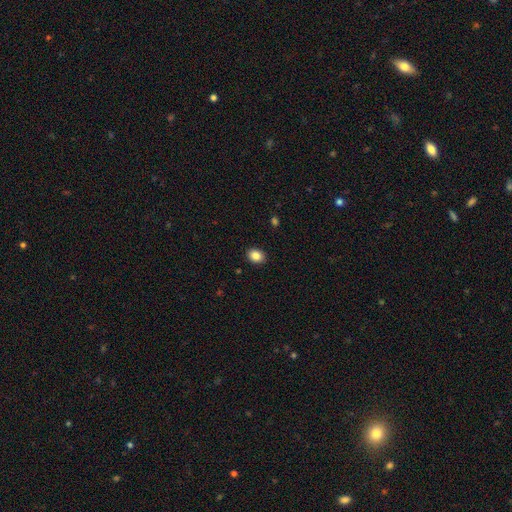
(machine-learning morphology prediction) smooth-or-featured: smooth: 86% | star or artifact: 9% | featured or disk: 5%
  how-rounded: in between: 56% | round: 43% | cigar-shaped: 1%
  merging: none: 90% | minor disturbance: 7% | major disturbance: 2% | merger: 1%